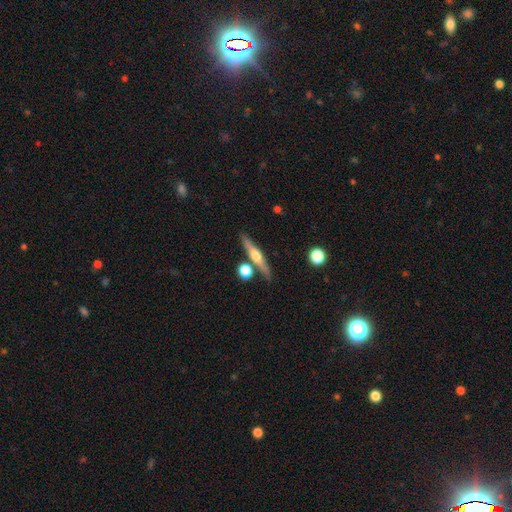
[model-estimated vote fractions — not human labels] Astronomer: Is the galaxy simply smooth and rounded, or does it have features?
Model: featured or disk — 63%.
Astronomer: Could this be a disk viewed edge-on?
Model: yes — 95%.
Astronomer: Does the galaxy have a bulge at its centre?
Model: rounded — 88%.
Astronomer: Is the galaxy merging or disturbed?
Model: none — 79%.